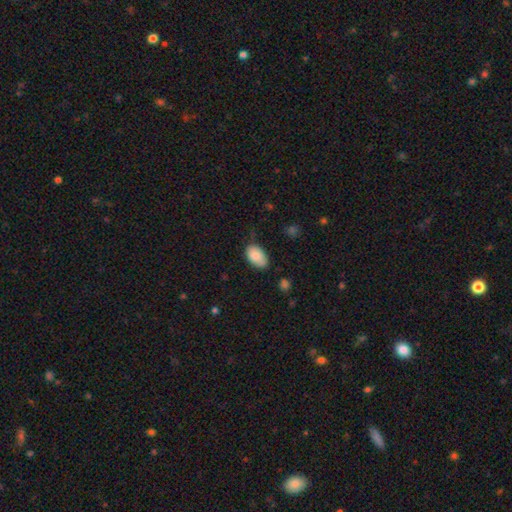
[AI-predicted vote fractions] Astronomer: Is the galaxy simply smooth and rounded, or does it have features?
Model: smooth — 86%.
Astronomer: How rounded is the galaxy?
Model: in between — 93%.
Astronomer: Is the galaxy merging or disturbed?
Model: none — 64%.